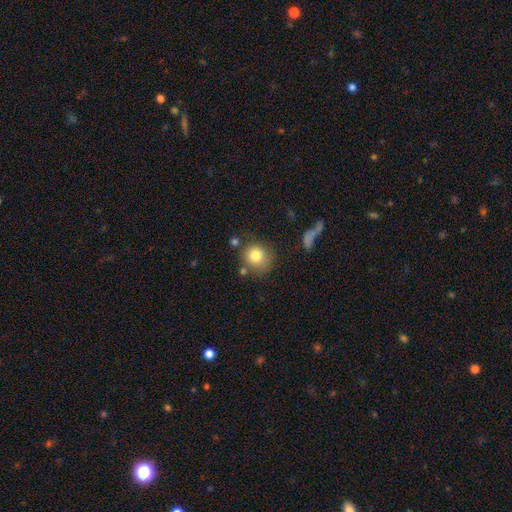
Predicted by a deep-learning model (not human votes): smooth_or_featured: smooth (p=0.80) [alt: featured or disk p=0.10]
how_rounded: round (p=0.87) [alt: in between p=0.12]
merging: none (p=0.70) [alt: minor disturbance p=0.15]